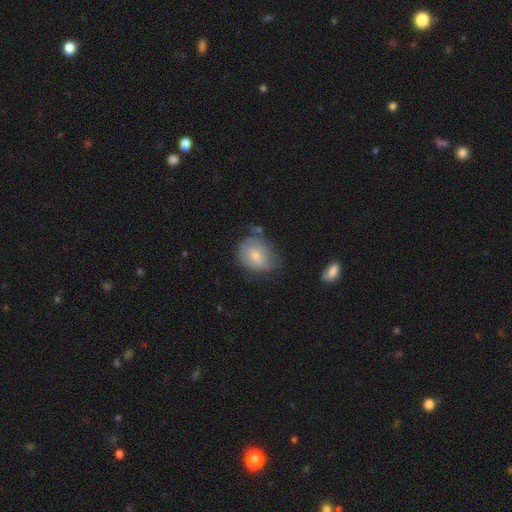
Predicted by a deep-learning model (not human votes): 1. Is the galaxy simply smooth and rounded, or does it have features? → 65% smooth, 28% featured or disk, 7% star or artifact.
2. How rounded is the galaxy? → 53% round, 46% in between, 1% cigar-shaped.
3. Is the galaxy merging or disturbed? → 49% none, 33% minor disturbance, 13% major disturbance, 5% merger.